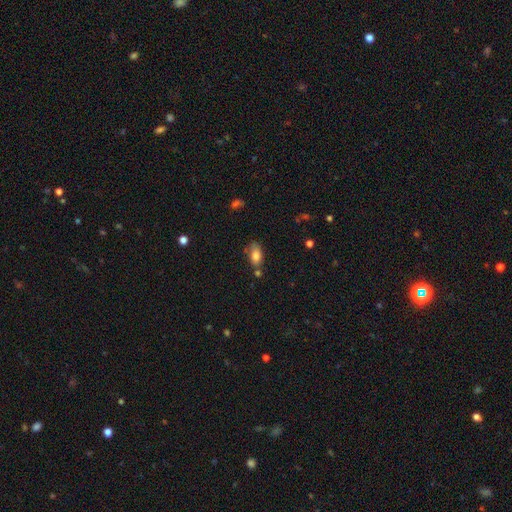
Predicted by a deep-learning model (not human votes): Smooth or featured? Predicted: smooth (p=0.82). How rounded? Predicted: in between (p=0.89). Merging? Predicted: none (p=0.62).